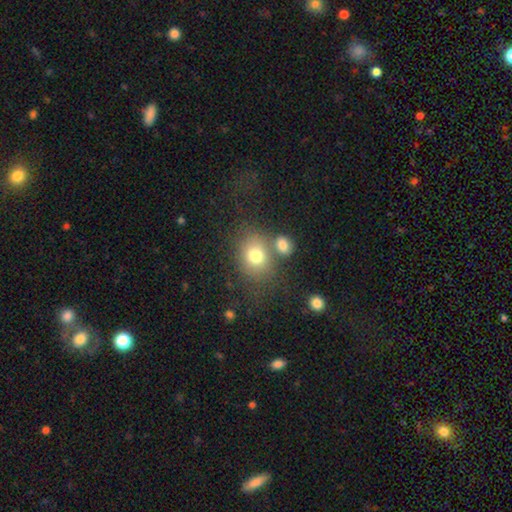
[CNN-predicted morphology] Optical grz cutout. It shows a smooth galaxy with no disk features (75%) that is round (53%). Merging: none (59%).